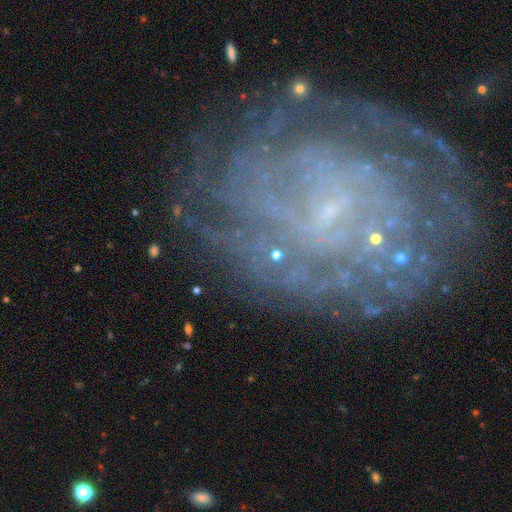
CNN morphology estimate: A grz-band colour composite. It shows a featured or disk galaxy (76%) with a weak bar (41%, tied with no), tight (65%) spiral arms (85%) and a small central bulge (71%). Merging: none (66%).